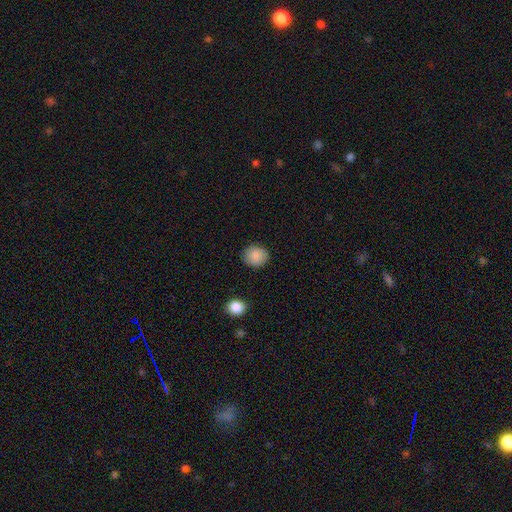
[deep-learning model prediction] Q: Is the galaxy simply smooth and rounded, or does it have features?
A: smooth — 88%.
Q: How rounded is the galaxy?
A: round — 77%.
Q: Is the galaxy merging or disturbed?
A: none — 87%.